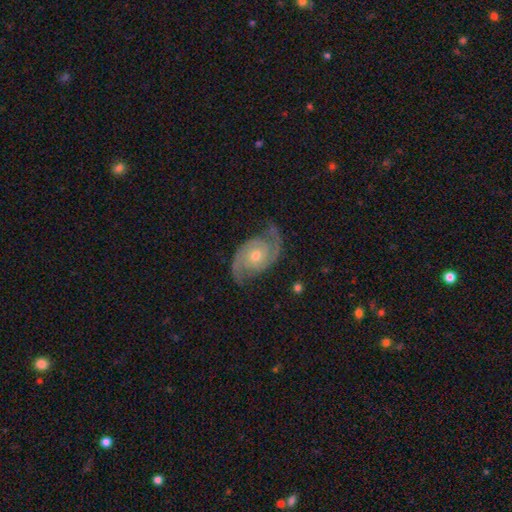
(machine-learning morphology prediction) A featured or disk galaxy (91%) with no bar (72%), 2 (92%) medium (47%) spiral arms (98%) and a moderate central bulge (55%).

Vote fractions:
- Smooth or featured? featured or disk: 91% / star or artifact: 5% / smooth: 5%
- Edge-on disk? no: 97% / yes: 3%
- Bar? no: 72% / weak: 22% / strong: 5%
- Spiral arms? yes: 98% / no: 2%
- Spiral winding? medium: 47% / tight: 36% / loose: 16%
- Spiral arm count? 2: 92% / can't tell: 3% / 3: 2% / 1: 1% / 4: 1% / more than 4: 1%
- Bulge size? moderate: 55% / small: 41% / large: 2% / none: 1% / dominant: 1%
- Merging? none: 77% / minor disturbance: 16% / major disturbance: 6% / merger: 1%